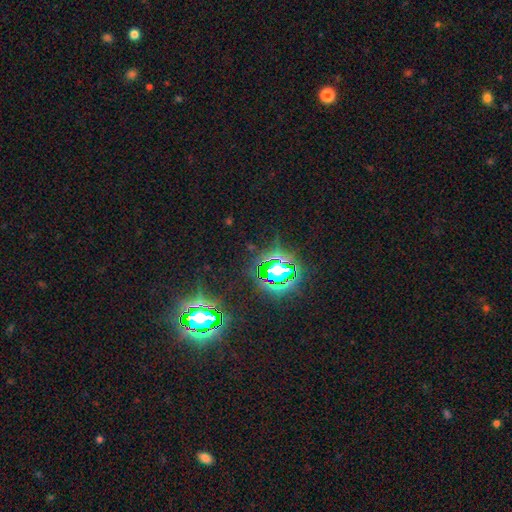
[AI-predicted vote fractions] Q: Smooth or featured?
A: star or artifact (82%); runner-up: smooth (12%)